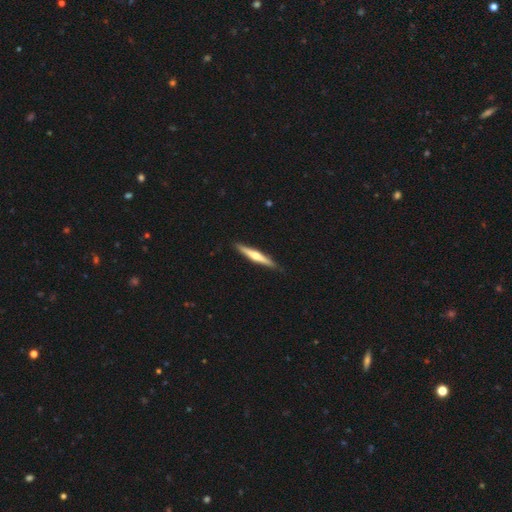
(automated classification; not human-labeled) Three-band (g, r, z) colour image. It shows a featured or disk galaxy (62%) viewed edge-on (97%) with a rounded central bulge (88%). Merging: none (89%).